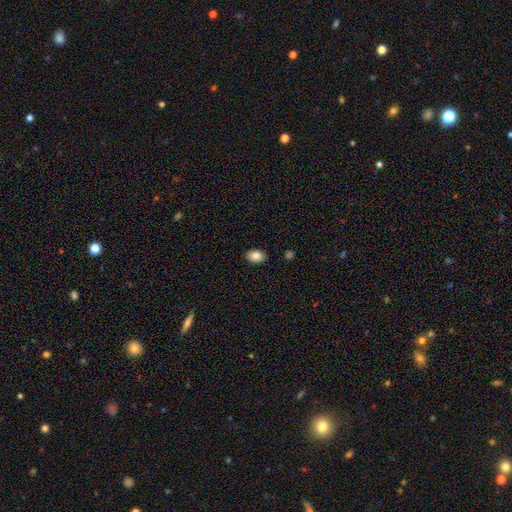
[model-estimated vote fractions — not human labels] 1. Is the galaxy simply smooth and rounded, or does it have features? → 84% smooth, 8% star or artifact, 7% featured or disk.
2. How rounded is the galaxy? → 74% in between, 25% round, 1% cigar-shaped.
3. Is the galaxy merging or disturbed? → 88% none, 9% minor disturbance, 2% major disturbance, 1% merger.